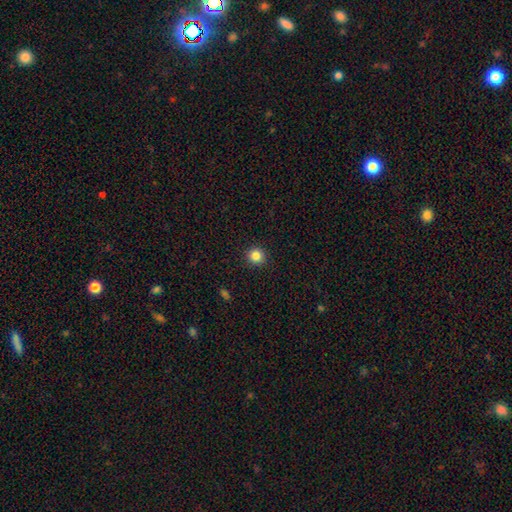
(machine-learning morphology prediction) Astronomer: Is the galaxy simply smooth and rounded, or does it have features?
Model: smooth — 84%.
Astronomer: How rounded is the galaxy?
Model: round — 94%.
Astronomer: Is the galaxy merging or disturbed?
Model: none — 92%.